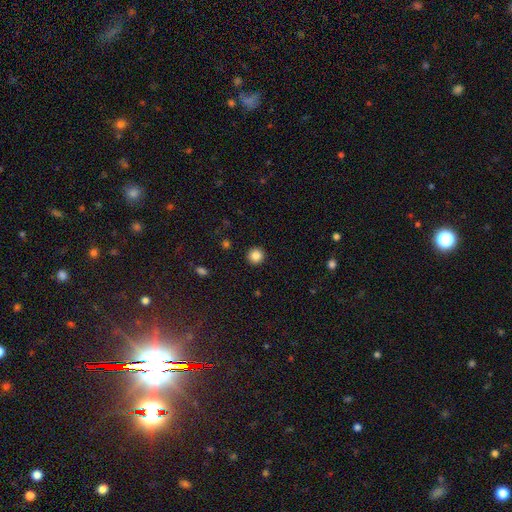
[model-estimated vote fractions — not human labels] Morphology: type=smooth (86%); roundness=round (95%); merging=none (93%).